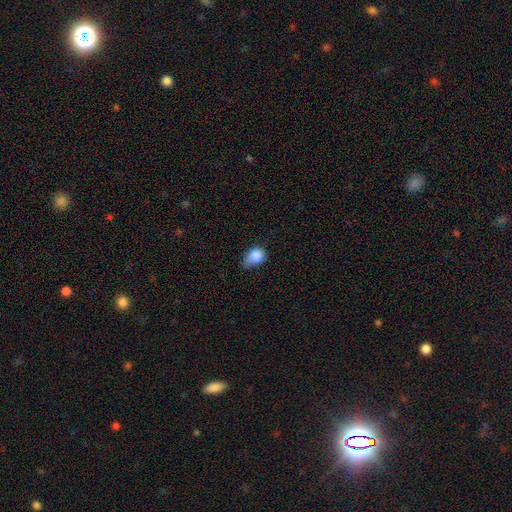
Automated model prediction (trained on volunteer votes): Morphology: type=smooth (86%); roundness=in between (62%); merging=minor disturbance (50%).